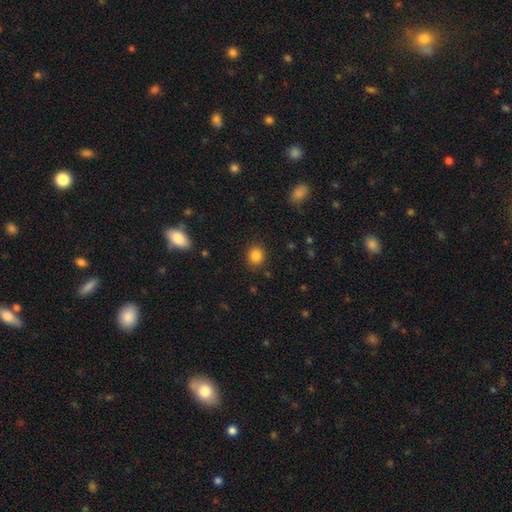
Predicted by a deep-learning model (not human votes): Q: Smooth or featured?
A: smooth (85%); runner-up: star or artifact (11%)
Q: How rounded?
A: round (84%); runner-up: in between (15%)
Q: Merging?
A: none (89%); runner-up: minor disturbance (7%)